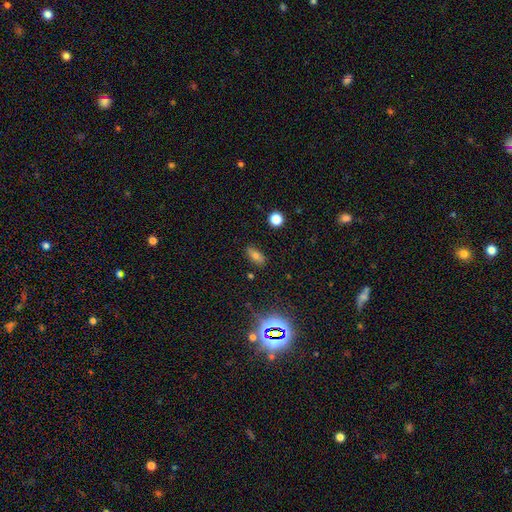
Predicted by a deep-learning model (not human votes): Smooth or featured?
  - smooth: 68% *
  - star or artifact: 17%
  - featured or disk: 15%
How rounded?
  - in between: 81% *
  - cigar-shaped: 11%
  - round: 8%
Merging?
  - none: 84% *
  - minor disturbance: 12%
  - major disturbance: 3%
  - merger: 2%